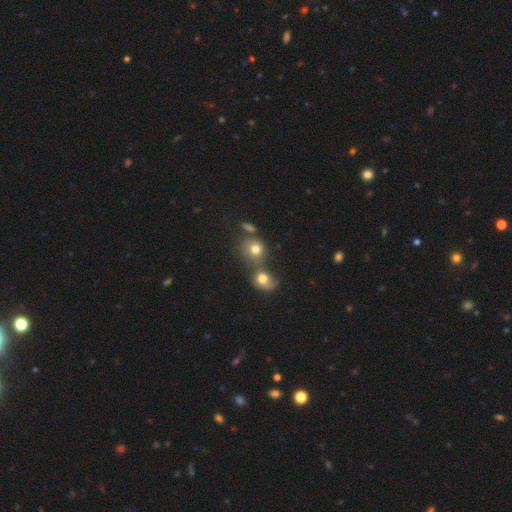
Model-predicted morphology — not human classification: The model was most divided on "merging": merger: 47%, none: 42%, minor disturbance: 7%, major disturbance: 4%. More confident: how rounded — round (74%); smooth or featured — smooth (60%).